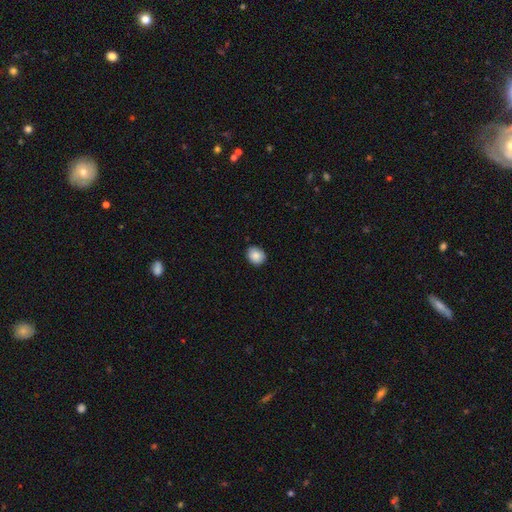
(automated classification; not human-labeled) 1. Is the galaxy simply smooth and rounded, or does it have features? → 87% smooth, 8% star or artifact, 5% featured or disk.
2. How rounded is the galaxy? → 65% round, 34% in between, 1% cigar-shaped.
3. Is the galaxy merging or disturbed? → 86% none, 11% minor disturbance, 2% major disturbance, 1% merger.